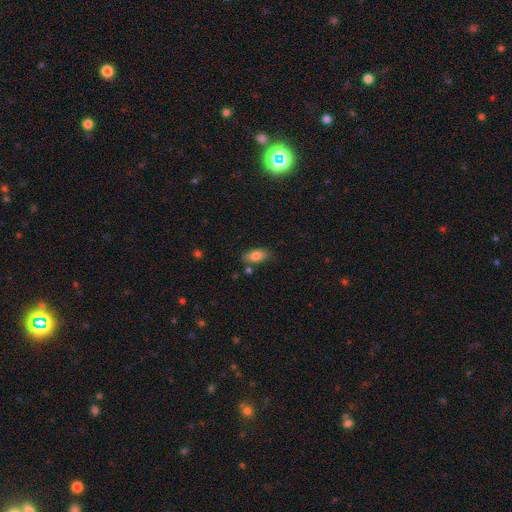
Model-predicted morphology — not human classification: Smooth or featured? Predicted: smooth (p=0.79). How rounded? Predicted: in between (p=0.88). Merging? Predicted: none (p=0.78).